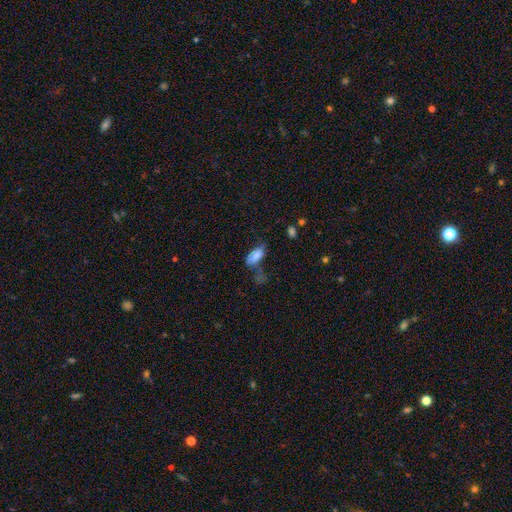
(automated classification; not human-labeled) smooth 77%, featured or disk 13%, star or artifact 9%. Down the decision tree: how rounded — in between (88%); merging — none (36%).